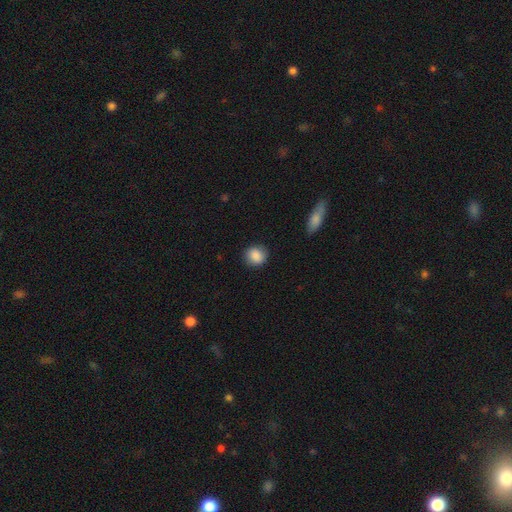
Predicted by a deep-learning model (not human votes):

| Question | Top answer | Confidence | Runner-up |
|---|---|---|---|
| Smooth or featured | smooth | 87% | star or artifact (8%) |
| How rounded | round | 85% | in between (14%) |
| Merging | none | 87% | minor disturbance (9%) |